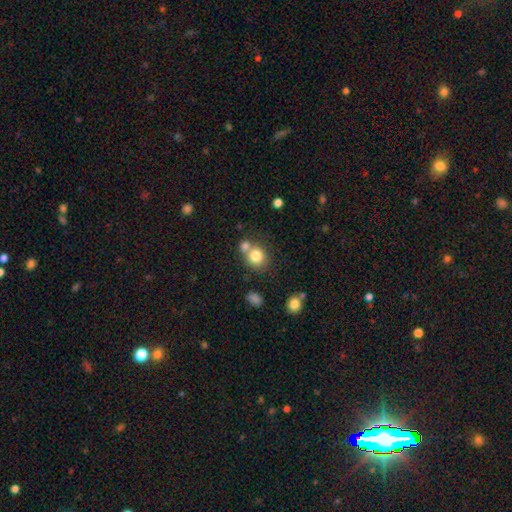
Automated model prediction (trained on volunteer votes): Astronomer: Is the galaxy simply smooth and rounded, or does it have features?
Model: smooth — 80%.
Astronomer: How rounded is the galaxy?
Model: round — 79%.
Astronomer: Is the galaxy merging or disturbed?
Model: none — 51% (runner-up: merger, 36%).